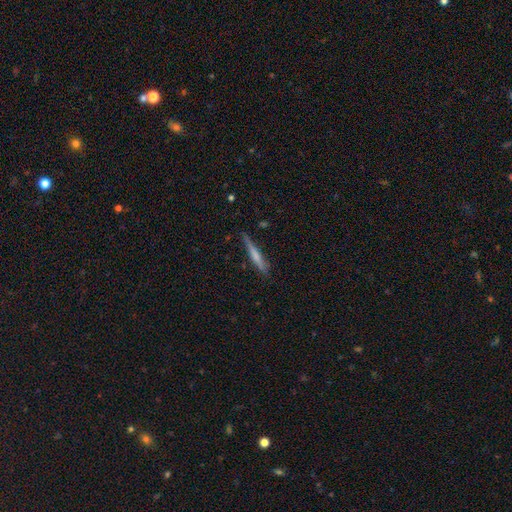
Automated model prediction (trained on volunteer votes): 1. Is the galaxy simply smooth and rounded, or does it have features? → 59% smooth, 35% featured or disk, 6% star or artifact.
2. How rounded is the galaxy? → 94% cigar-shaped, 5% in between, 1% round.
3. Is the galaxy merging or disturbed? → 73% none, 21% minor disturbance, 4% major disturbance, 2% merger.